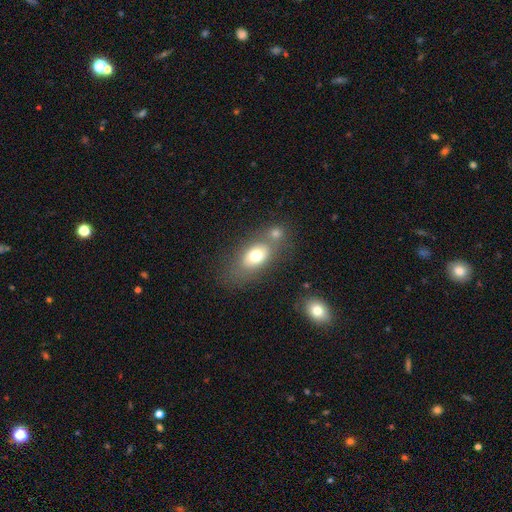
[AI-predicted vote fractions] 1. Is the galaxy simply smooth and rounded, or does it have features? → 68% smooth, 22% featured or disk, 9% star or artifact.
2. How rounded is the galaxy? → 81% in between, 16% round, 3% cigar-shaped.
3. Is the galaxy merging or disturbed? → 47% none, 33% merger, 14% minor disturbance, 7% major disturbance.